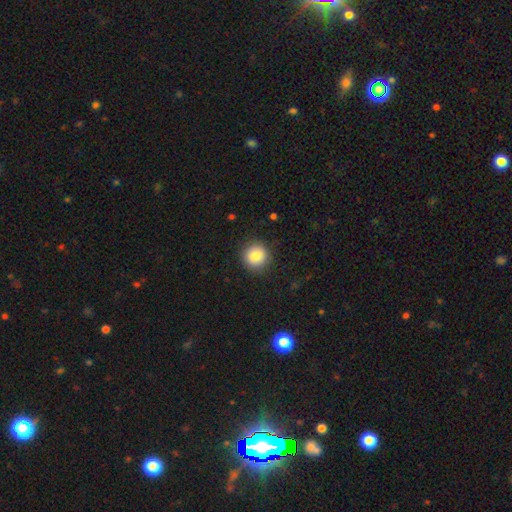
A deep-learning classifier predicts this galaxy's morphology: Smooth or featured?
  - smooth: 84% *
  - star or artifact: 9%
  - featured or disk: 7%
How rounded?
  - round: 93% *
  - in between: 6%
  - cigar-shaped: 1%
Merging?
  - none: 89% *
  - minor disturbance: 7%
  - major disturbance: 2%
  - merger: 1%